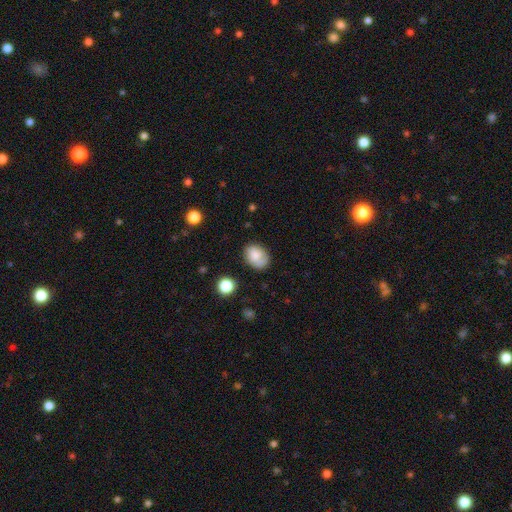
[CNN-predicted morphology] Smooth or featured? smooth (78%)
How rounded? in between (73%)
Merging? none (70%)